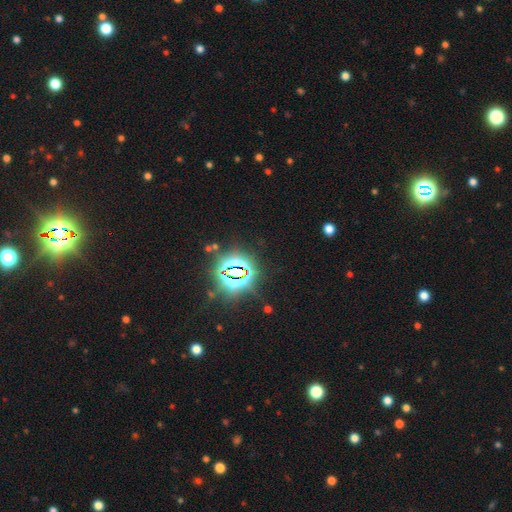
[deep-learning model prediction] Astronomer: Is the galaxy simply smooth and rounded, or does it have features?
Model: star or artifact — 83%.